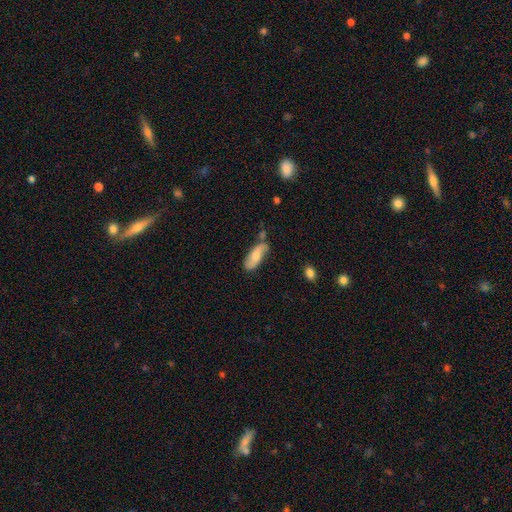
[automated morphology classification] This appears to be a smooth galaxy with no disk features (62%) that is in between round and cigar-shaped (68%). Merging: none (59%).